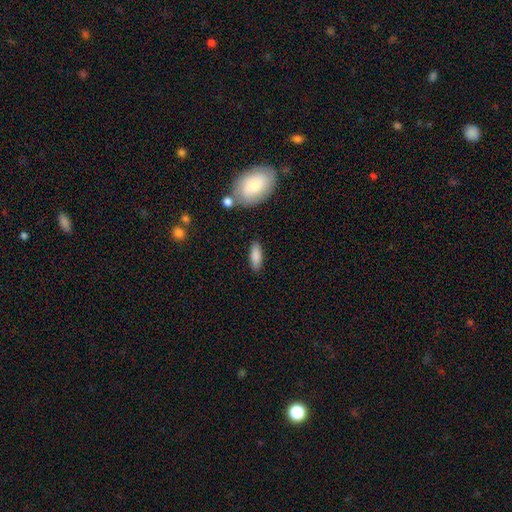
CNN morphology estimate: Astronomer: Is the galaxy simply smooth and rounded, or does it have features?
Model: smooth — 86%.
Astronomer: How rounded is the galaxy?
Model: in between — 68%.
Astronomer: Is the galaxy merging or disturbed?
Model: none — 84%.